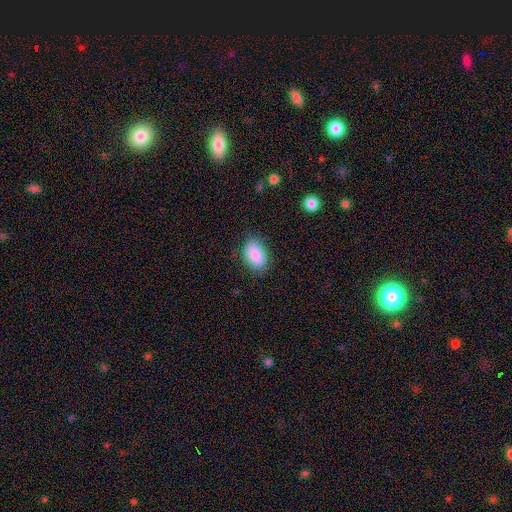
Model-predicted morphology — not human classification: This appears to be a smooth galaxy with no disk features (88%) that is in between round and cigar-shaped (90%). Merging: none (80%).